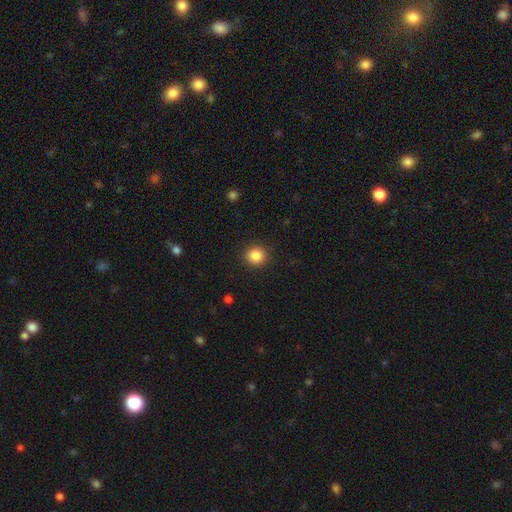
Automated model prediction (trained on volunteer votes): A smooth galaxy with no disk features (85%) that is round (92%).

Vote fractions:
- Smooth or featured? smooth: 85% / star or artifact: 10% / featured or disk: 4%
- How rounded? round: 92% / in between: 7% / cigar-shaped: 1%
- Merging? none: 92% / minor disturbance: 5% / major disturbance: 2% / merger: 1%